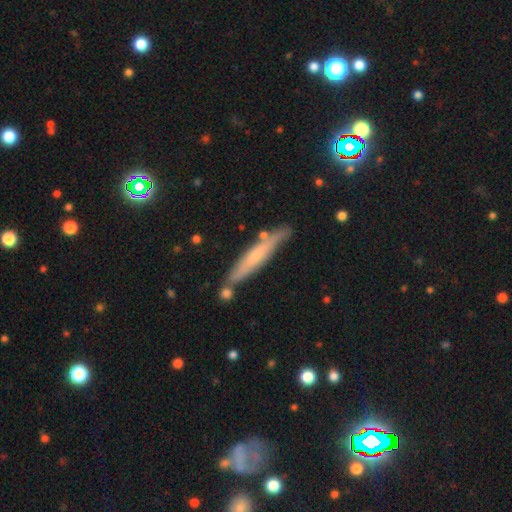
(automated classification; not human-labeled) Smooth or featured? smooth (49%)
Merging? none (77%)